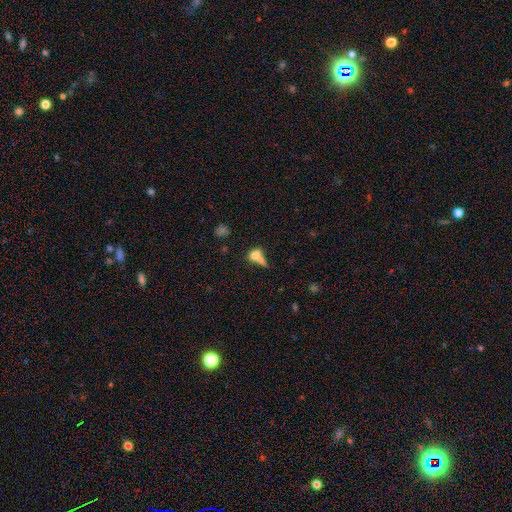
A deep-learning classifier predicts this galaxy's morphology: Smooth or featured?
  - smooth: 68% *
  - featured or disk: 21%
  - star or artifact: 11%
How rounded?
  - in between: 59% *
  - round: 31%
  - cigar-shaped: 9%
Merging?
  - merger: 61% *
  - none: 23%
  - minor disturbance: 8%
  - major disturbance: 7%